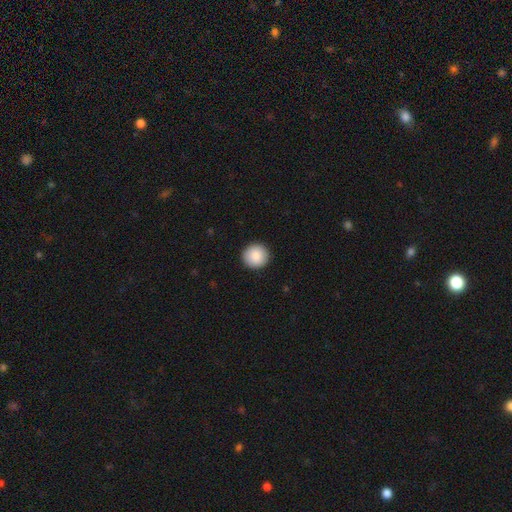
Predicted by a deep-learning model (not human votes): Smooth or featured?
  - smooth: 88% *
  - star or artifact: 7%
  - featured or disk: 5%
How rounded?
  - round: 94% *
  - in between: 5%
  - cigar-shaped: 1%
Merging?
  - none: 93% *
  - minor disturbance: 5%
  - major disturbance: 2%
  - merger: 1%